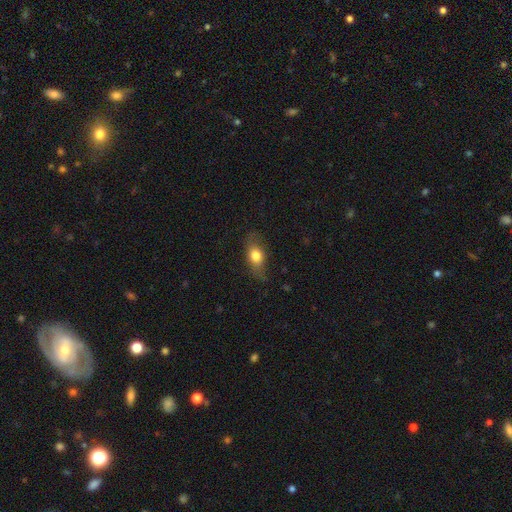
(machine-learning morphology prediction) Smooth or featured?
  - smooth: 72% *
  - featured or disk: 19%
  - star or artifact: 8%
How rounded?
  - in between: 75% *
  - round: 14%
  - cigar-shaped: 11%
Merging?
  - none: 69% *
  - minor disturbance: 22%
  - major disturbance: 7%
  - merger: 1%